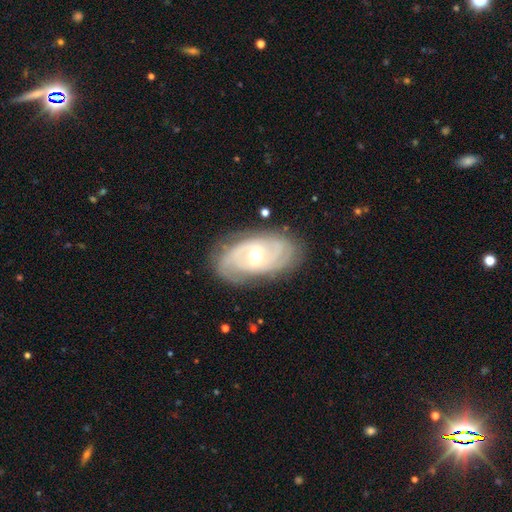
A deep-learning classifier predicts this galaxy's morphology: featured or disk 84%, smooth 11%, star or artifact 6%. Down the decision tree: edge-on disk — no (94%); bar — no (50%); spiral arms — yes (93%); spiral arm count — 2 (37%); spiral winding — tight (66%); bulge size — moderate (58%); merging — none (79%).